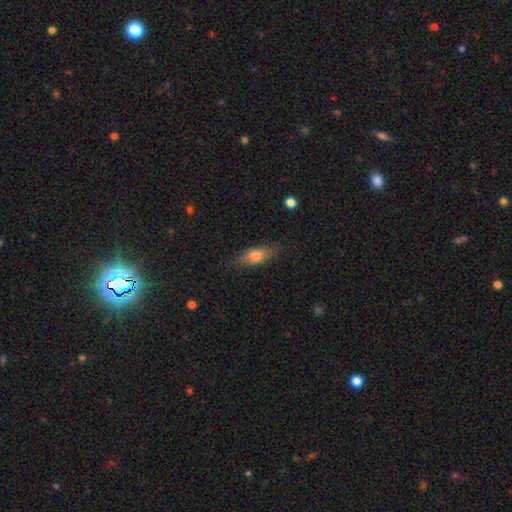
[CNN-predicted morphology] Overall: smooth (73%). How rounded: in between (73%). Merging: none (77%).